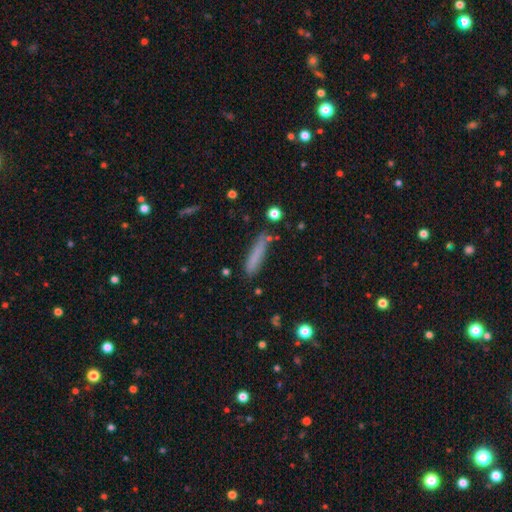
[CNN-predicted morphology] Smooth or featured? smooth (78%)
How rounded? cigar-shaped (87%)
Merging? none (77%)